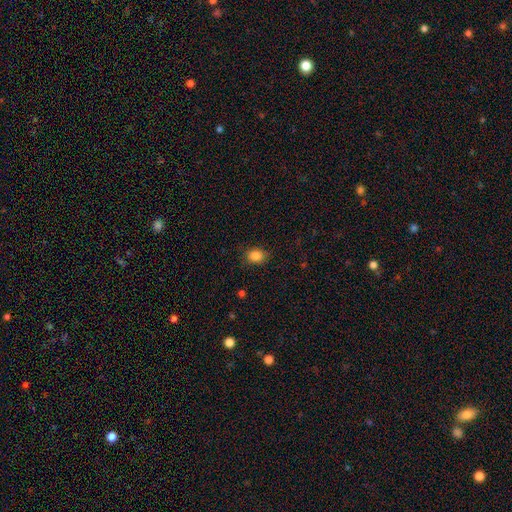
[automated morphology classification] This is clearly a smooth galaxy (86%). How rounded: possibly in between (55%). Merging: clearly none (85%).